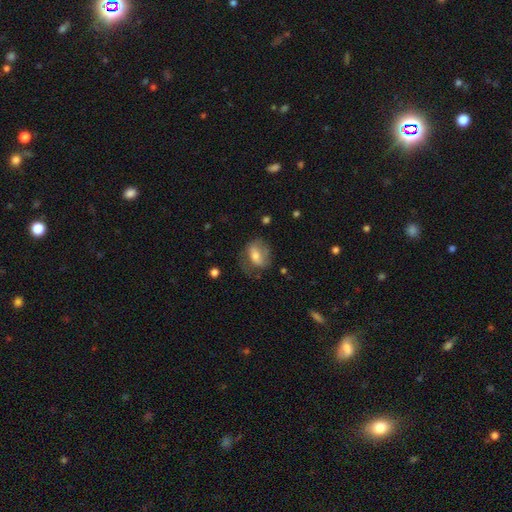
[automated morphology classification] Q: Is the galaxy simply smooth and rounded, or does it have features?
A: smooth — 53%.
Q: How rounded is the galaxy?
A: in between — 71%.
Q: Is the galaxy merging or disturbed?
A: none — 53%.